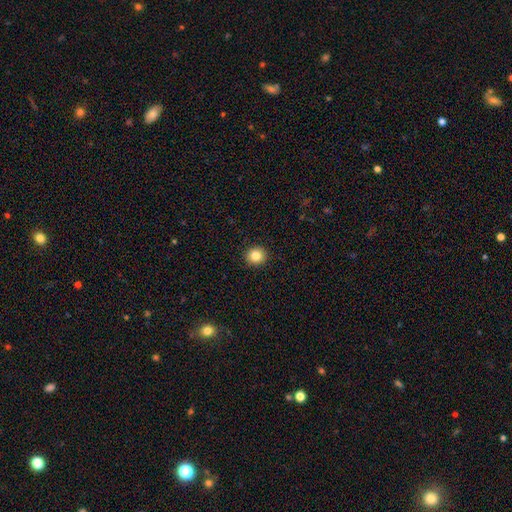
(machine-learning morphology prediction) Smooth or featured? Predicted: smooth (p=0.84). How rounded? Predicted: round (p=0.90). Merging? Predicted: none (p=0.92).